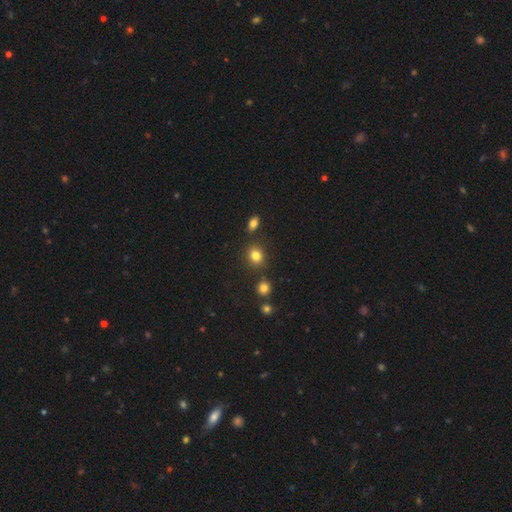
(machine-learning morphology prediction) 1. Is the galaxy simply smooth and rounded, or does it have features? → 81% smooth, 13% star or artifact, 6% featured or disk.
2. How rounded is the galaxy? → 71% round, 28% in between, 1% cigar-shaped.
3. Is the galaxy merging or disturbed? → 81% none, 10% minor disturbance, 6% merger, 3% major disturbance.